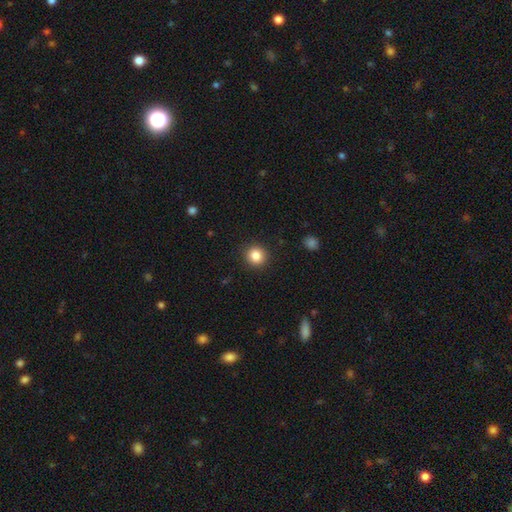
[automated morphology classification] Q: Smooth or featured?
A: smooth (85%); runner-up: star or artifact (10%)
Q: How rounded?
A: round (91%); runner-up: in between (8%)
Q: Merging?
A: none (91%); runner-up: minor disturbance (6%)